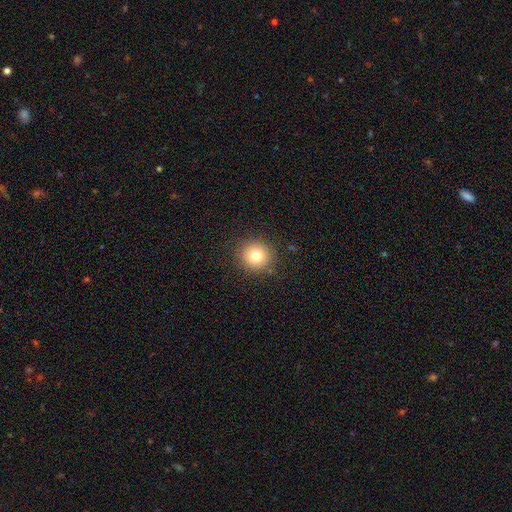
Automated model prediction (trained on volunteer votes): Smooth or featured? Predicted: smooth (p=0.78). How rounded? Predicted: round (p=0.93). Merging? Predicted: none (p=0.89).